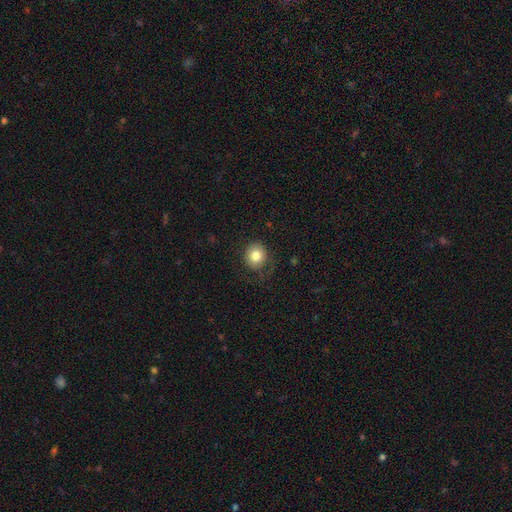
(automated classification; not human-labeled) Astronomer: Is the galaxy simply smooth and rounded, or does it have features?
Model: smooth — 81%.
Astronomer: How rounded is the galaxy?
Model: round — 87%.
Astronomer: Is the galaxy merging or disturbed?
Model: none — 78%.